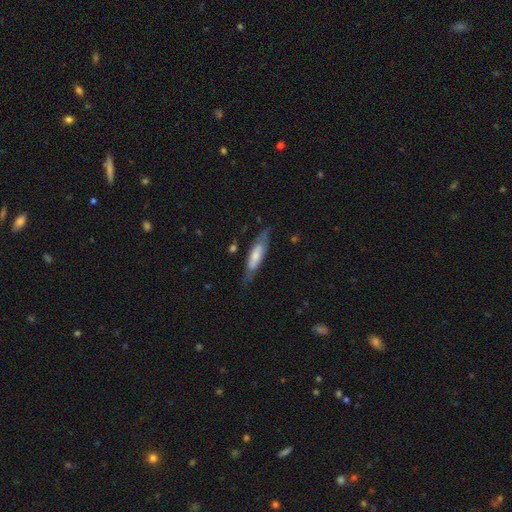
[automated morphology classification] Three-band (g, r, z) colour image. It shows a smooth galaxy with no disk features (53%) that is cigar-shaped (64%). Merging: none (67%).